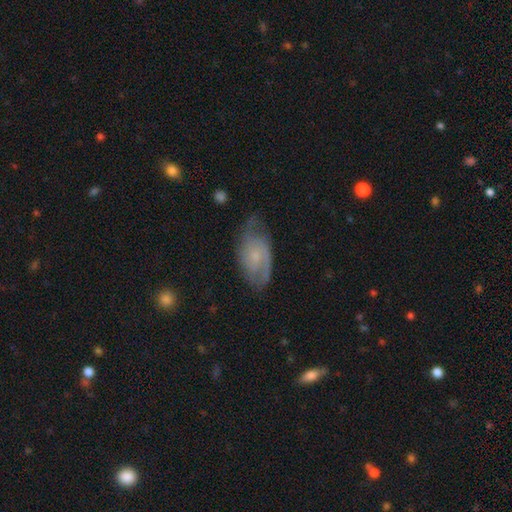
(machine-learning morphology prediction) Smooth or featured? featured or disk (71%)
Edge-on disk? no (95%)
Bar? no (65%)
Spiral arms? yes (91%)
Spiral winding? medium (45%)
Spiral arm count? 2 (67%)
Bulge size? small (63%)
Merging? none (65%)